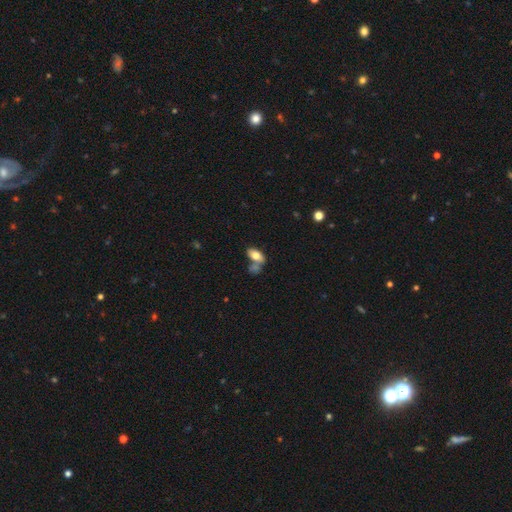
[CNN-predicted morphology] Overall: smooth (76%). How rounded: in between (91%). Merging: none (42%; merger 37%).